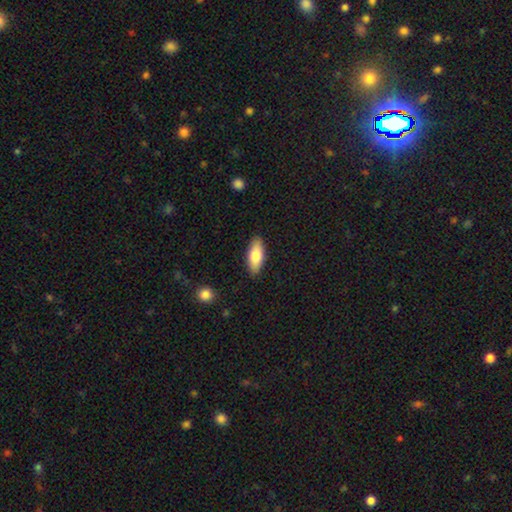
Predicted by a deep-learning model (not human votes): Morphology: type=smooth (77%); roundness=in between (78%); merging=none (88%).